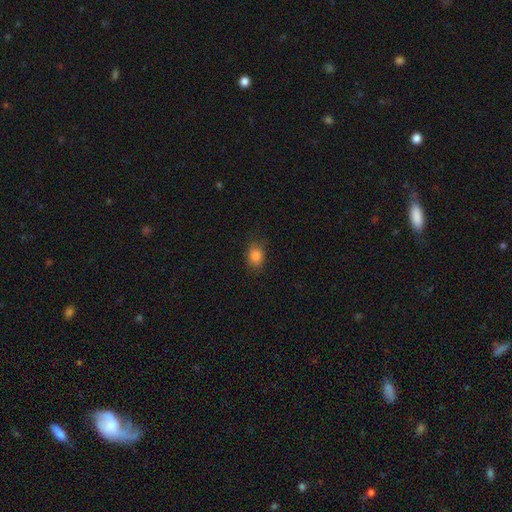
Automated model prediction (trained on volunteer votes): This appears to be a smooth galaxy with no disk features (85%) that is in between round and cigar-shaped (58%). Merging: none (82%).